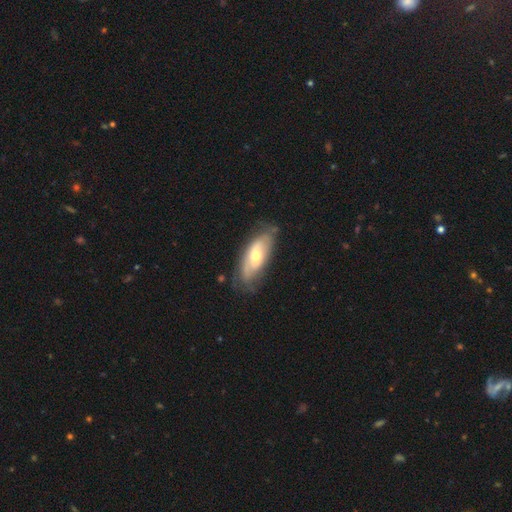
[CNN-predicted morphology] featured or disk 54%, smooth 40%, star or artifact 6%. Down the decision tree: edge-on disk — no (80%); merging — none (65%).